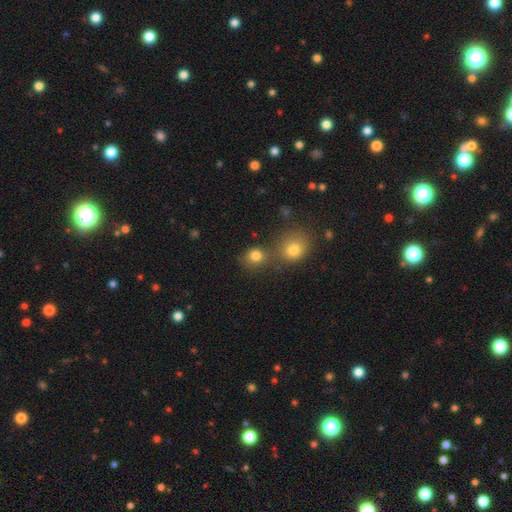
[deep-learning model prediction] Smooth or featured: smooth — 80% (star or artifact — 13%)
How rounded: round — 78% (in between — 21%)
Merging: none — 53% (merger — 35%)